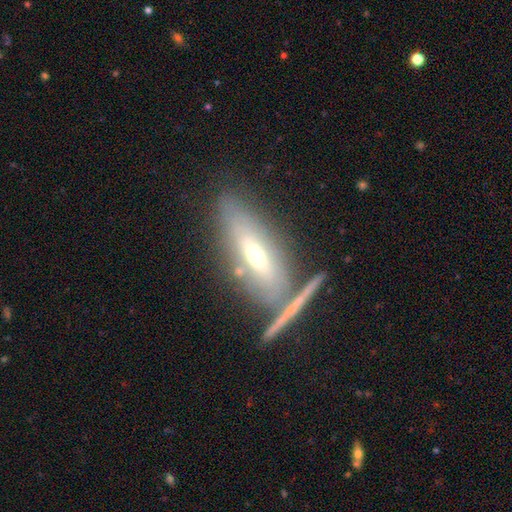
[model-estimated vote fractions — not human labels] Q: Smooth or featured?
A: featured or disk (57%); runner-up: smooth (32%)
Q: Edge-on disk?
A: yes (61%); runner-up: no (39%)
Q: Merging?
A: none (61%); runner-up: merger (17%)